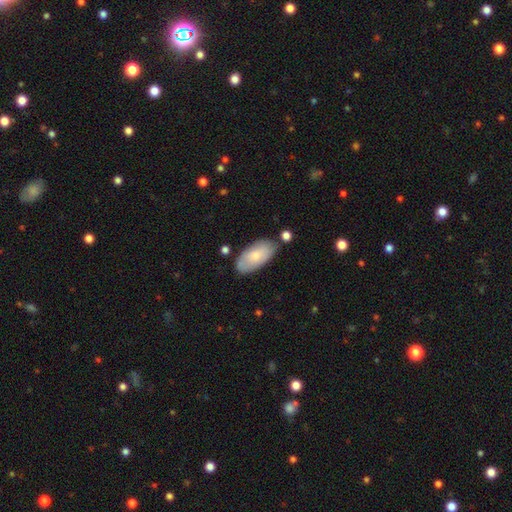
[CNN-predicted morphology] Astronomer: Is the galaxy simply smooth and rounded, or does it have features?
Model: smooth — 75%.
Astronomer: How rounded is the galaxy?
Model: in between — 94%.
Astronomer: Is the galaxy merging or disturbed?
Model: none — 72%.